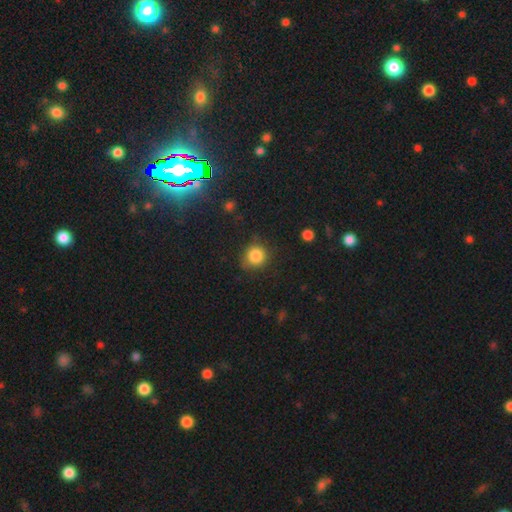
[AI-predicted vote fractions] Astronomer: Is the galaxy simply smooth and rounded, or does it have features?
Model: smooth — 85%.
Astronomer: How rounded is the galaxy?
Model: round — 88%.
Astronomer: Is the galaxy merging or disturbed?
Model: none — 79%.